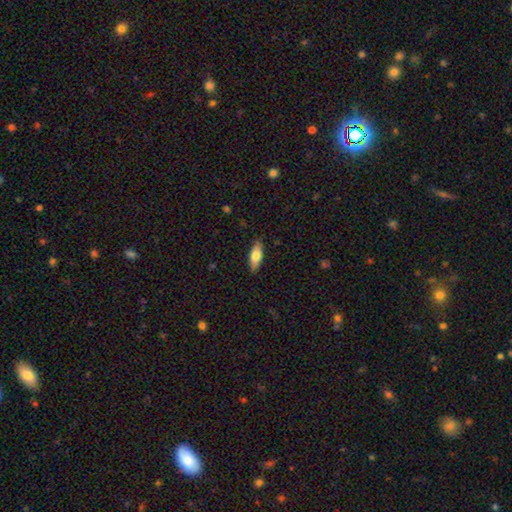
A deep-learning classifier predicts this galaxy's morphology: This is likely a smooth galaxy (70%). How rounded: likely in between (66%). Merging: clearly none (88%).